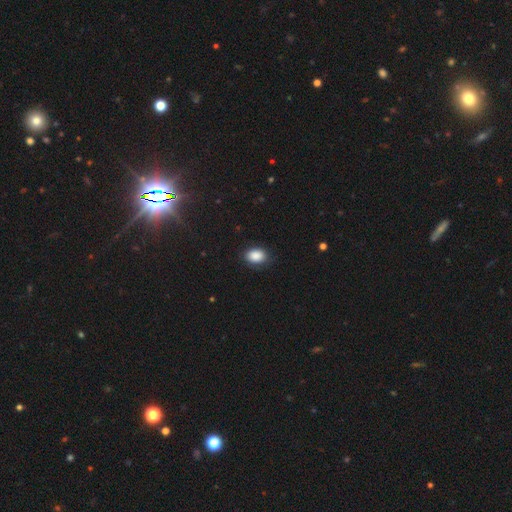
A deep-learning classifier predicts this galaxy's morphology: Overall: smooth (88%). How rounded: in between (81%). Merging: none (82%).